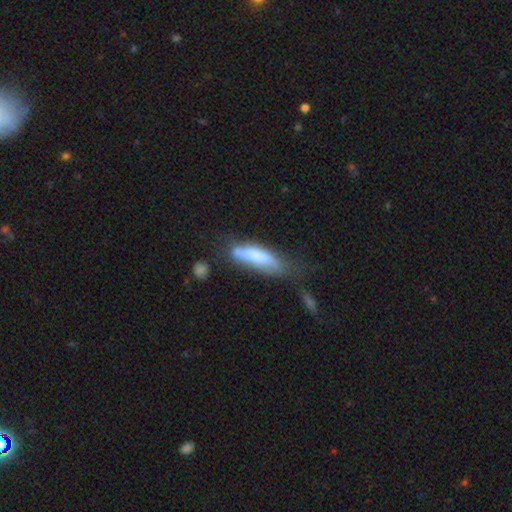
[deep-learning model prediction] Smooth or featured: smooth — 66% (featured or disk — 26%)
How rounded: cigar-shaped — 64% (in between — 34%)
Merging: none — 33% (minor disturbance — 29%)